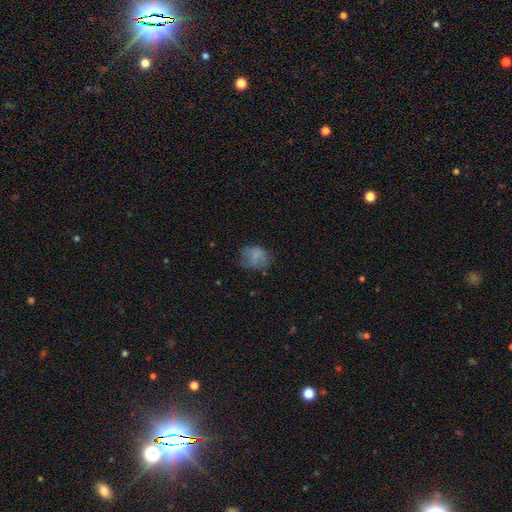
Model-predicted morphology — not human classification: A smooth galaxy with no disk features (68%) that is round (52%). Merging: none (52%).